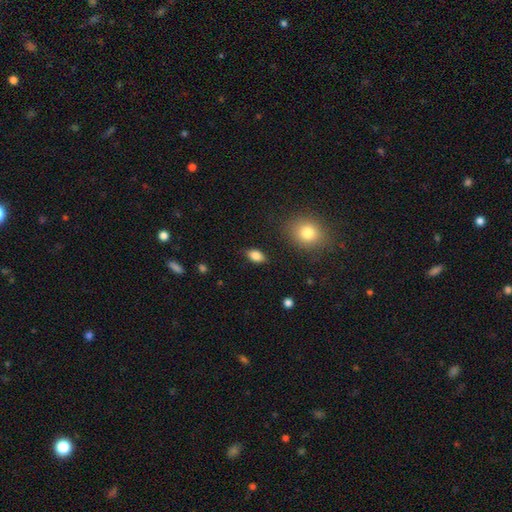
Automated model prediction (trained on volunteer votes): This is clearly a smooth galaxy (85%). How rounded: clearly in between (89%). Merging: clearly none (86%).